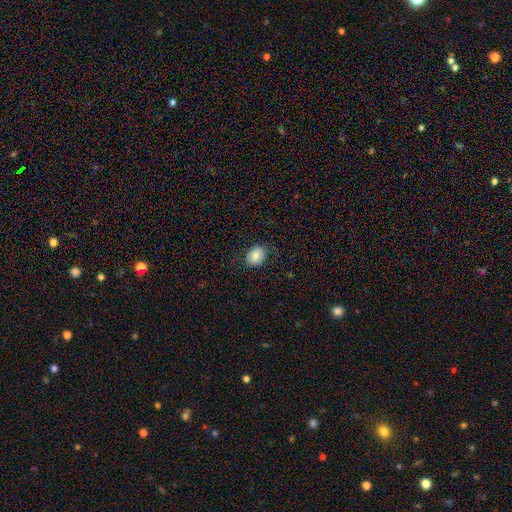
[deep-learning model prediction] Smooth or featured? Predicted: smooth (p=0.80). How rounded? Predicted: in between (p=0.58). Merging? Predicted: none (p=0.81).